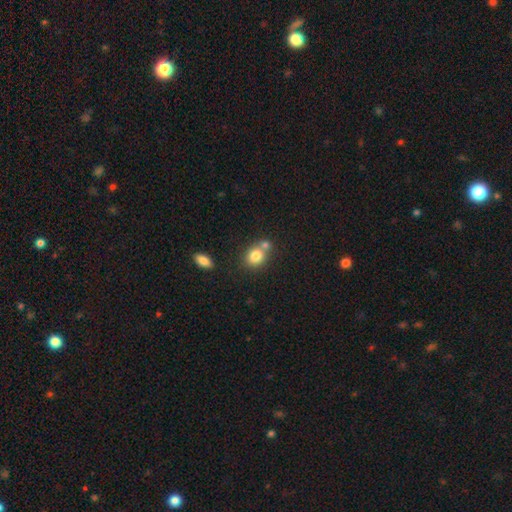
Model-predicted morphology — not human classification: smooth-or-featured: smooth: 80% | star or artifact: 10% | featured or disk: 10%
  how-rounded: round: 62% | in between: 37% | cigar-shaped: 1%
  merging: none: 48% | merger: 39% | minor disturbance: 10% | major disturbance: 3%